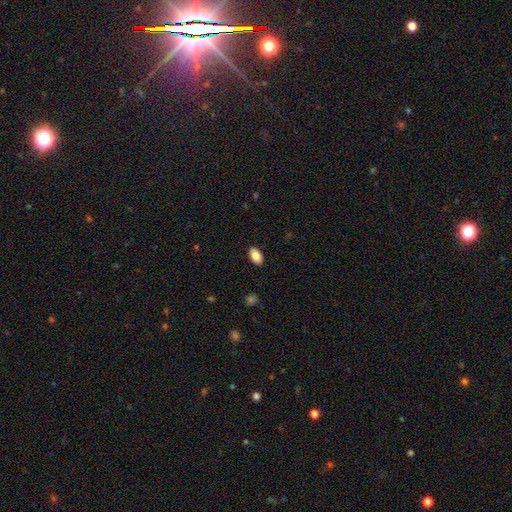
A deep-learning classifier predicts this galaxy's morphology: The model was most divided on "smooth or featured": smooth: 85%, featured or disk: 8%, star or artifact: 7%. More confident: how rounded — in between (93%); merging — none (89%).